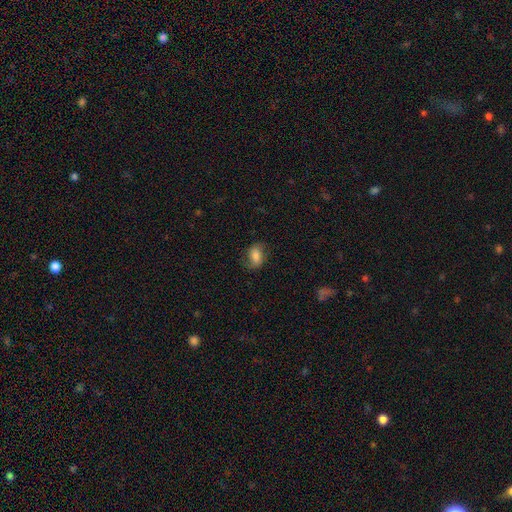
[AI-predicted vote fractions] This is likely a smooth galaxy (69%). How rounded: clearly in between (81%). Merging: likely none (69%).